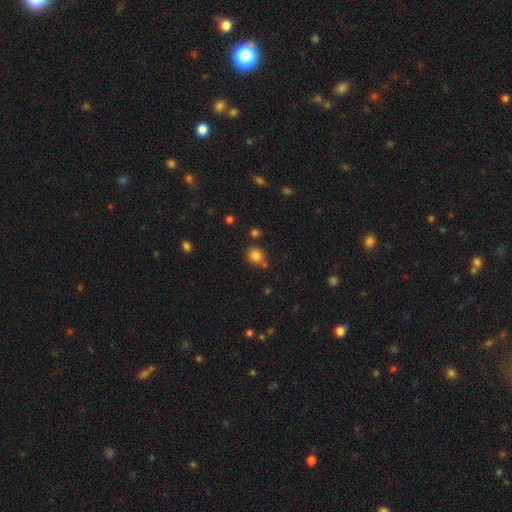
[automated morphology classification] Overall: smooth (83%). How rounded: round (83%). Merging: none (75%).